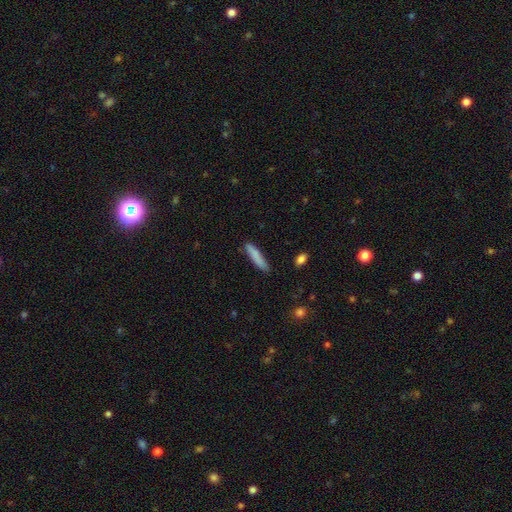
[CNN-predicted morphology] Q: Smooth or featured?
A: smooth (82%); runner-up: featured or disk (12%)
Q: How rounded?
A: cigar-shaped (88%); runner-up: in between (11%)
Q: Merging?
A: none (82%); runner-up: minor disturbance (14%)